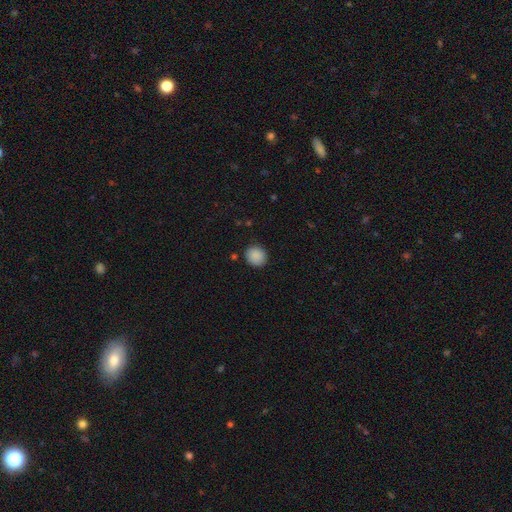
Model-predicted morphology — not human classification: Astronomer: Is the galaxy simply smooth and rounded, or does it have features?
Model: smooth — 89%.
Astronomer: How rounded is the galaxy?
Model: round — 85%.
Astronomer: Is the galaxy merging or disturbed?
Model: none — 87%.